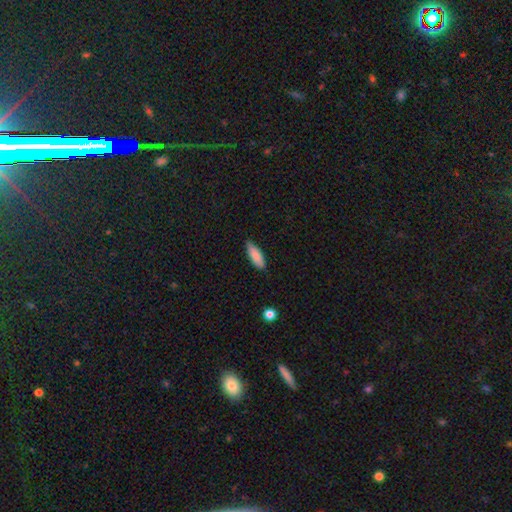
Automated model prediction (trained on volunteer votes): This is clearly a smooth galaxy (86%). How rounded: likely in between (66%). Merging: clearly none (81%).